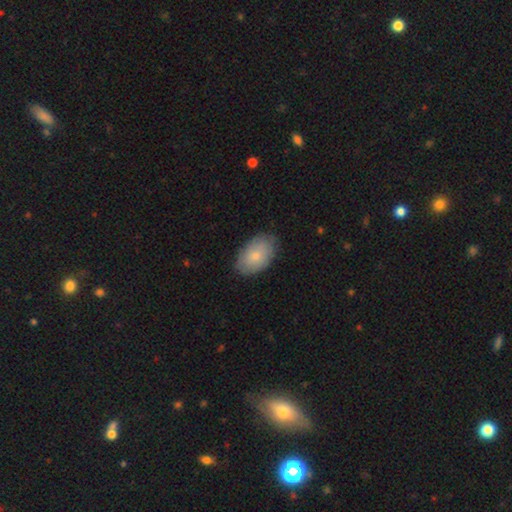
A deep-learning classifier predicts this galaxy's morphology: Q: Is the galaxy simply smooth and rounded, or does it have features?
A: smooth — 71%.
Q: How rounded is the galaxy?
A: in between — 92%.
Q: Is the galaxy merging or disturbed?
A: none — 78%.